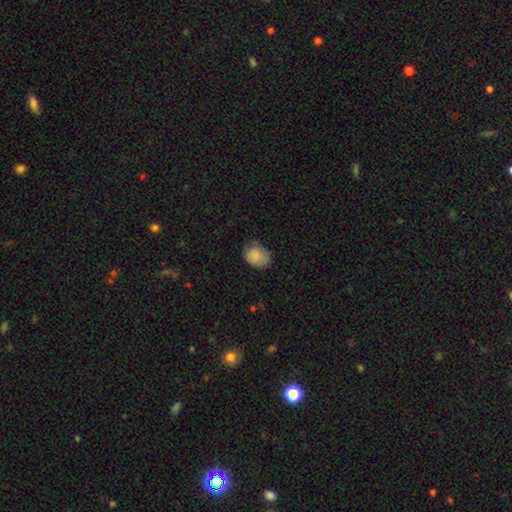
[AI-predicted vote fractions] smooth 83%, featured or disk 9%, star or artifact 8%. Down the decision tree: how rounded — round (51%); merging — none (64%).